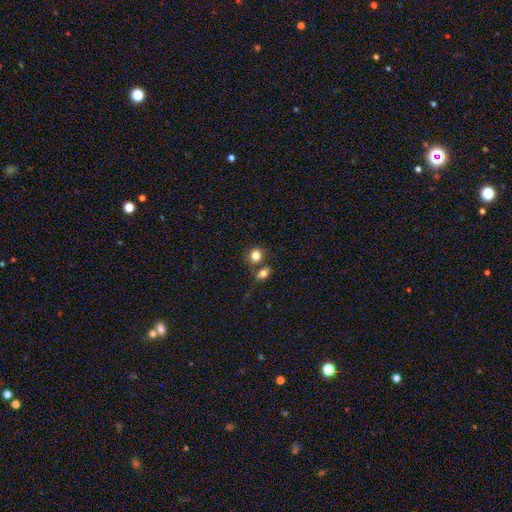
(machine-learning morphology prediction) The model was most divided on "merging": none: 50%, merger: 34%, minor disturbance: 11%, major disturbance: 5%. More confident: smooth or featured — smooth (81%); how rounded — round (70%).